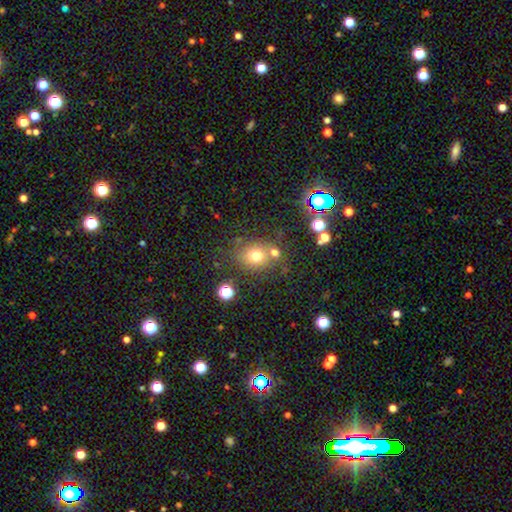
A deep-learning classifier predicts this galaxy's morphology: smooth 72%, star or artifact 18%, featured or disk 10%. Down the decision tree: how rounded — round (75%); merging — none (68%).